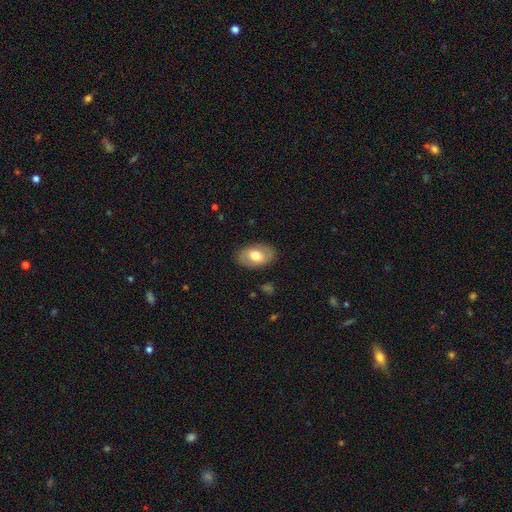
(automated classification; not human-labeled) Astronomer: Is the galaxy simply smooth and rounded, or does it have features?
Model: smooth — 65%.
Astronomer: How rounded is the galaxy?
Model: in between — 89%.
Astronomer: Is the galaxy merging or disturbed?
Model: none — 85%.